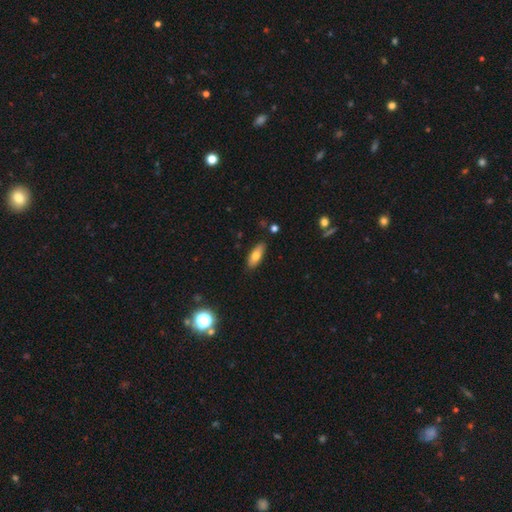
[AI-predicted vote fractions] smooth-or-featured: smooth: 72% | featured or disk: 20% | star or artifact: 8%
  how-rounded: in between: 69% | cigar-shaped: 29% | round: 3%
  merging: none: 86% | minor disturbance: 11% | major disturbance: 2% | merger: 2%